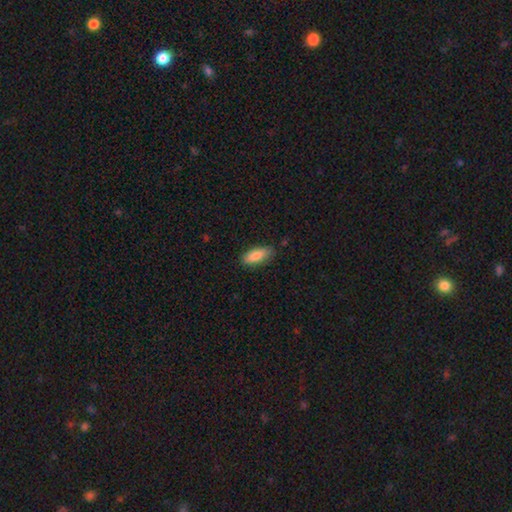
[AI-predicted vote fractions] The model was most divided on "how rounded": in between: 75%, cigar-shaped: 23%, round: 2%. More confident: smooth or featured — smooth (84%); merging — none (82%).